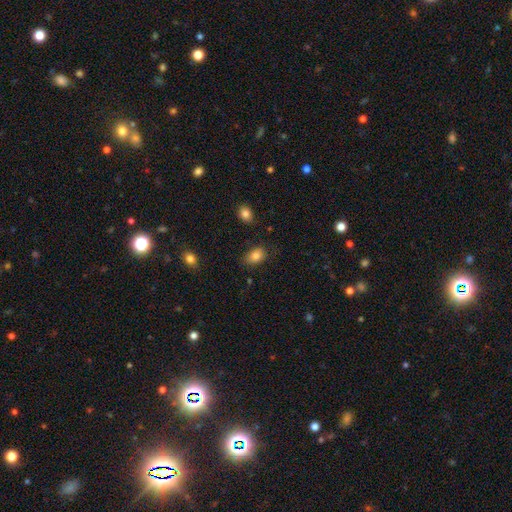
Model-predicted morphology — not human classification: The model was most divided on "merging": none: 75%, minor disturbance: 19%, major disturbance: 4%, merger: 2%. More confident: smooth or featured — smooth (83%); how rounded — in between (82%).